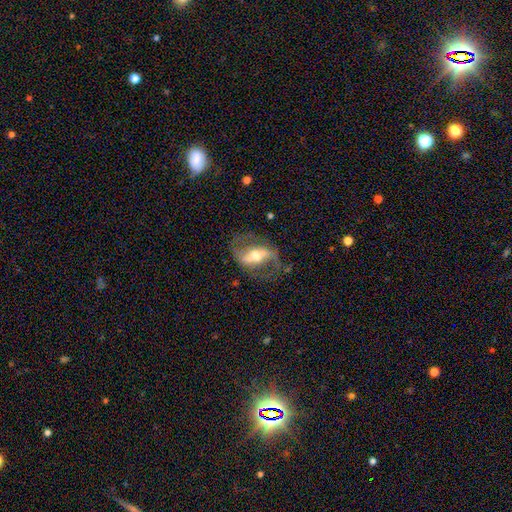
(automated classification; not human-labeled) A featured or disk galaxy (83%) with a strong bar (61%), 2 (89%) loose (47%) spiral arms (84%) and a moderate central bulge (66%).

Vote fractions:
- Smooth or featured? featured or disk: 83% / smooth: 12% / star or artifact: 5%
- Edge-on disk? no: 89% / yes: 11%
- Bar? strong: 61% / weak: 25% / no: 14%
- Spiral arms? yes: 84% / no: 16%
- Spiral winding? loose: 47% / medium: 41% / tight: 12%
- Spiral arm count? 2: 89% / can't tell: 5% / 1: 3% / 3: 1% / 4: 1% / more than 4: 1%
- Bulge size? moderate: 66% / small: 20% / large: 11% / dominant: 1% / none: 1%
- Merging? none: 71% / minor disturbance: 15% / major disturbance: 12% / merger: 2%